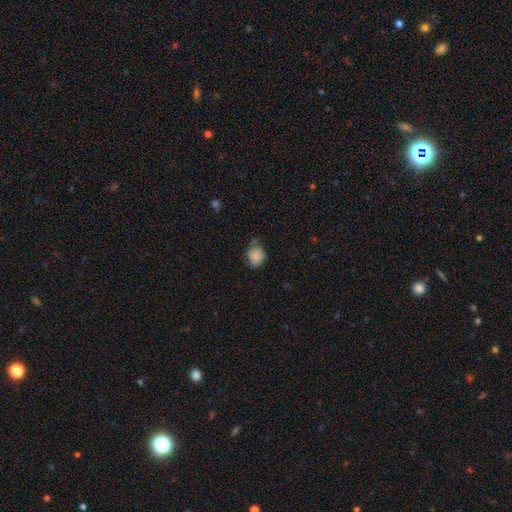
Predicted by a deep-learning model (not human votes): This appears to be a smooth galaxy with no disk features (78%) that is round (64%). Merging: none (52%).